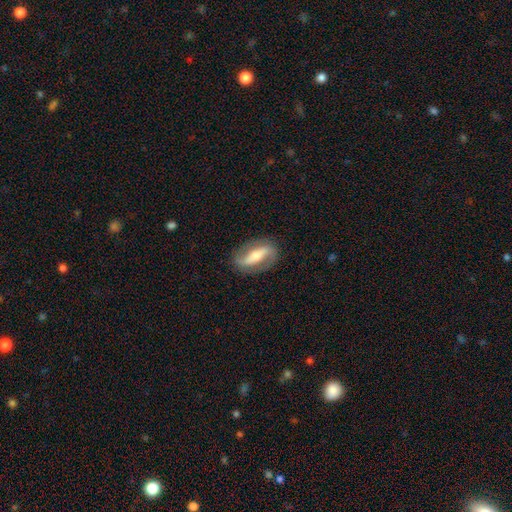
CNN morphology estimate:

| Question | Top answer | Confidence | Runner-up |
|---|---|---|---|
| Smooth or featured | featured or disk | 73% | smooth (22%) |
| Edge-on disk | no | 85% | yes (15%) |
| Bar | strong | 62% | weak (22%) |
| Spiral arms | yes | 80% | no (20%) |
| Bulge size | moderate | 54% | small (32%) |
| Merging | none | 83% | minor disturbance (11%) |